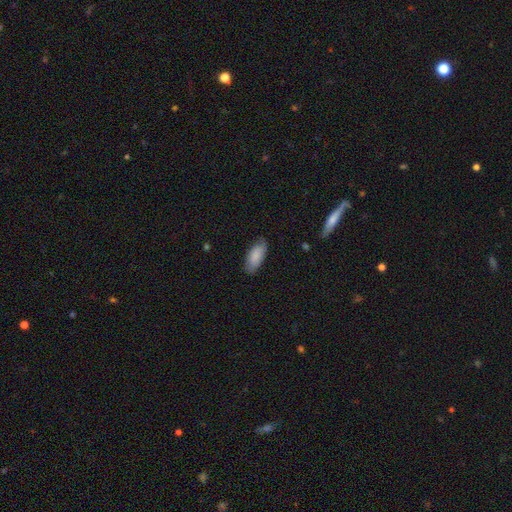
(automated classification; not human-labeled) Smooth or featured?
  - smooth: 85% *
  - featured or disk: 9%
  - star or artifact: 6%
How rounded?
  - in between: 87% *
  - cigar-shaped: 11%
  - round: 2%
Merging?
  - none: 79% *
  - minor disturbance: 16%
  - major disturbance: 3%
  - merger: 1%